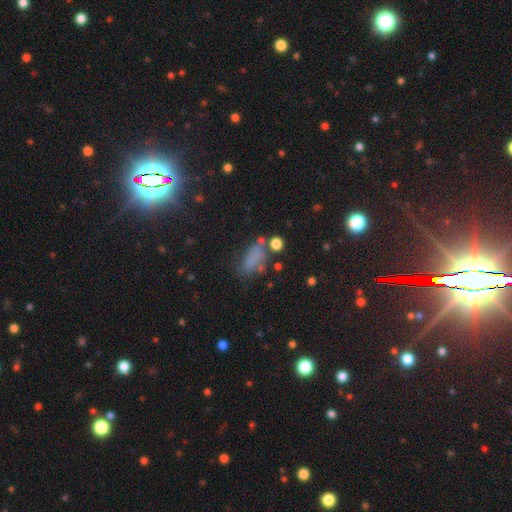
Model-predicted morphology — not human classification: This appears to be a smooth galaxy with no disk features (66%) that is in between round and cigar-shaped (79%). Merging: none (42%).